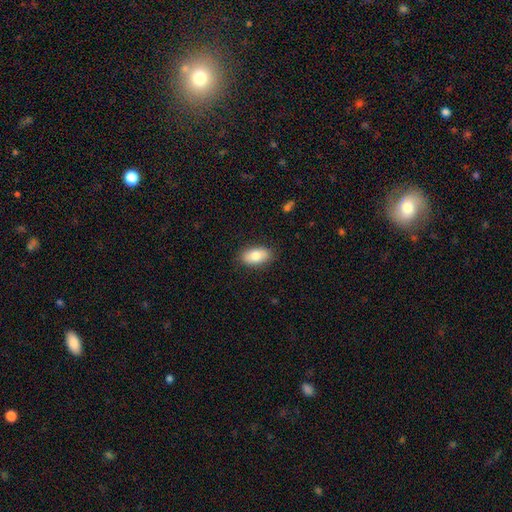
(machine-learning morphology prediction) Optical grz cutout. It shows a smooth galaxy with no disk features (80%) that is in between round and cigar-shaped (92%). Merging: none (86%).